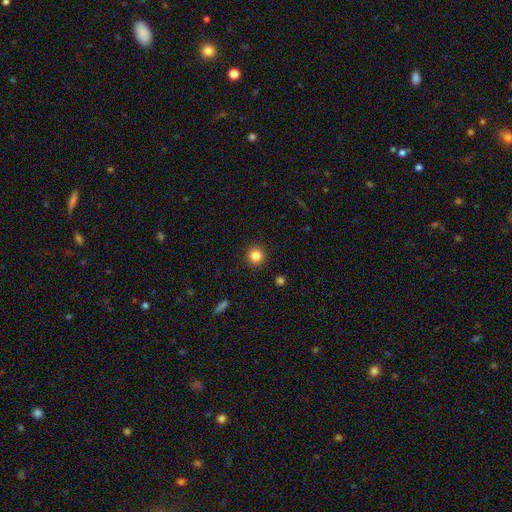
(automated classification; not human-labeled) Overall: smooth (84%). How rounded: round (94%). Merging: none (92%).